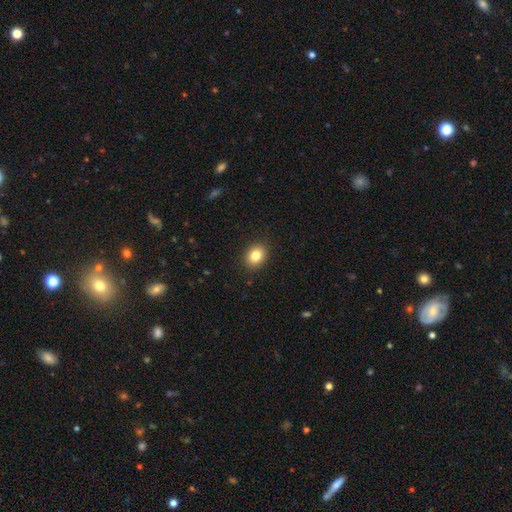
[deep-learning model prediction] This is clearly a smooth galaxy (83%). How rounded: possibly in between (52%). Merging: clearly none (90%).